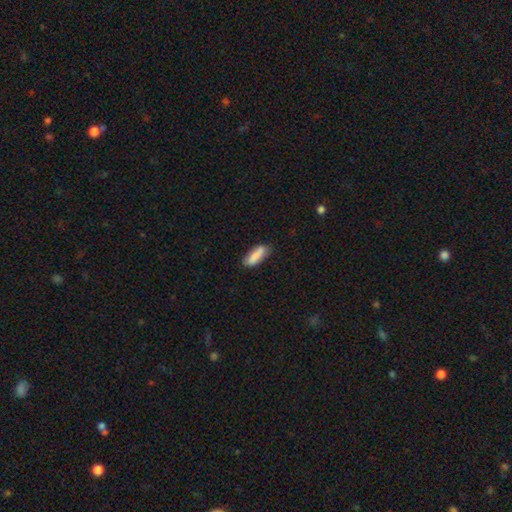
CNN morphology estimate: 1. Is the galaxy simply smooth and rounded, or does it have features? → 86% smooth, 8% featured or disk, 6% star or artifact.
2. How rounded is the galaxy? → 58% in between, 41% cigar-shaped, 2% round.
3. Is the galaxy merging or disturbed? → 79% none, 16% minor disturbance, 3% major disturbance, 2% merger.